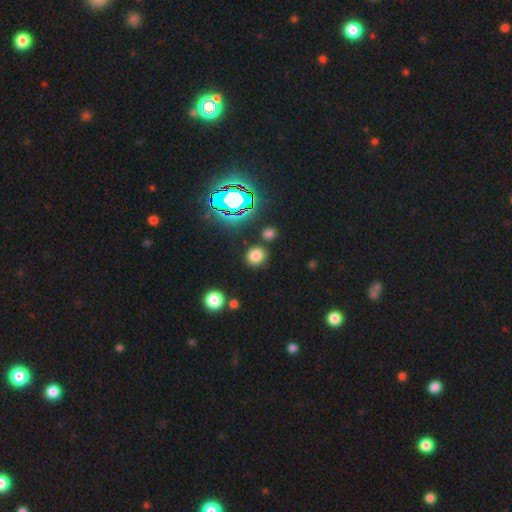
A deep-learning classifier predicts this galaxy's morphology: type=smooth (74%); roundness=round (77%); merging=none (84%).